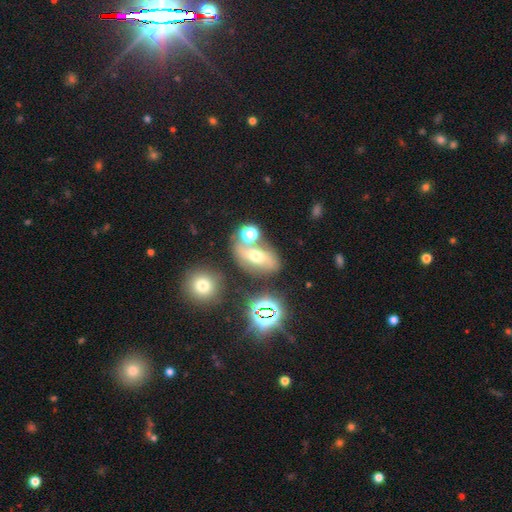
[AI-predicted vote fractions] Morphology: type=smooth (41%); merging=none (57%).